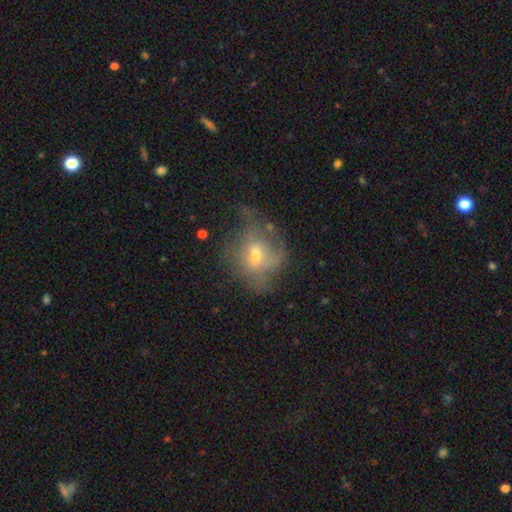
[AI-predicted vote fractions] The model was most divided on "merging": none: 35%, major disturbance: 34%, minor disturbance: 27%, merger: 4%. Remaining: smooth or featured — smooth (46%).